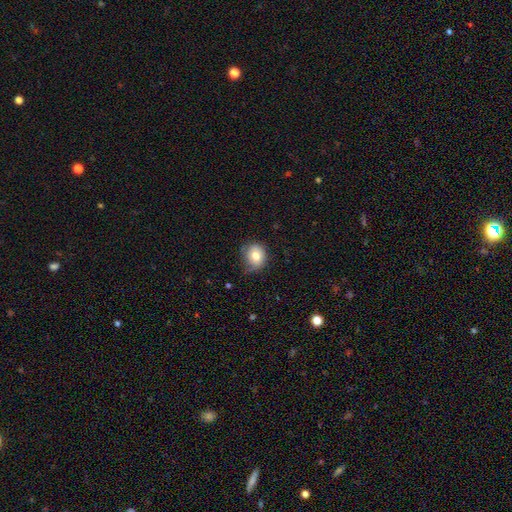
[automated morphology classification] smooth-or-featured: smooth: 77% | featured or disk: 13% | star or artifact: 9%
  how-rounded: round: 71% | in between: 28% | cigar-shaped: 1%
  merging: none: 63% | minor disturbance: 29% | major disturbance: 7% | merger: 2%